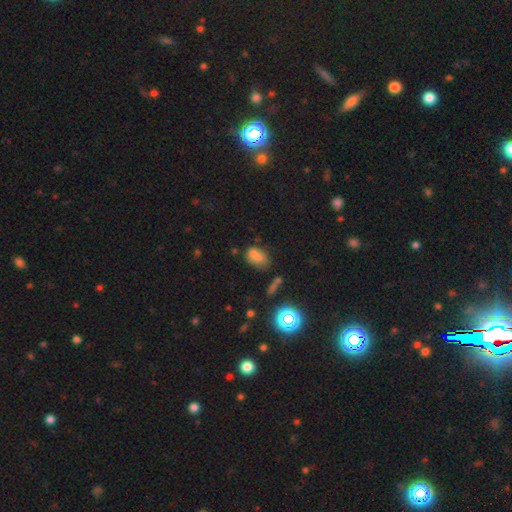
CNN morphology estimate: smooth-or-featured: smooth: 72% | star or artifact: 18% | featured or disk: 10%
  how-rounded: in between: 84% | round: 12% | cigar-shaped: 3%
  merging: none: 52% | minor disturbance: 24% | merger: 14% | major disturbance: 10%